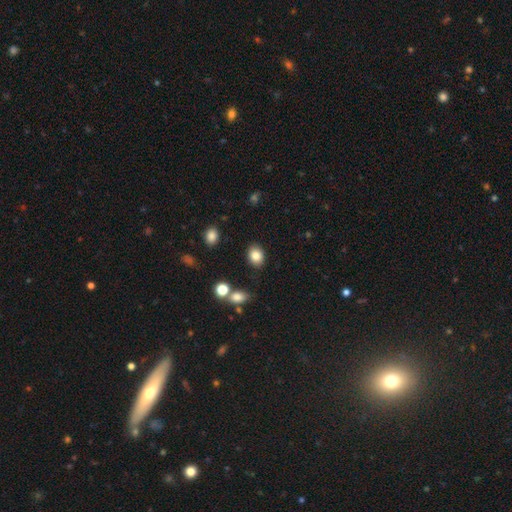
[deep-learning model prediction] Smooth or featured: smooth — 85% (star or artifact — 9%)
How rounded: in between — 61% (round — 38%)
Merging: none — 85% (minor disturbance — 10%)